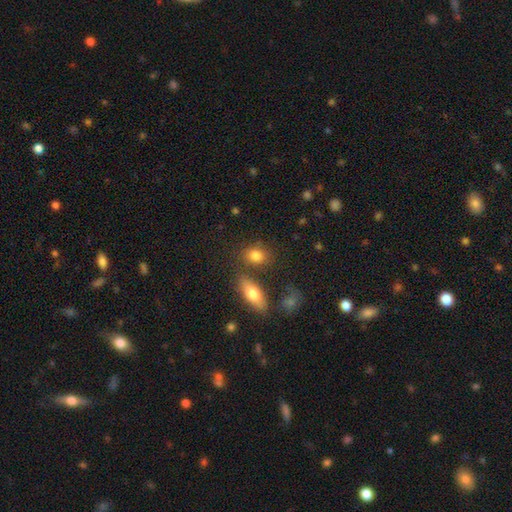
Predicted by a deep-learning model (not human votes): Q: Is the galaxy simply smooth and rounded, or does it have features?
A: smooth — 82%.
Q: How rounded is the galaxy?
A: in between — 62%.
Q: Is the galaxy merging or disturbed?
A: none — 69%.